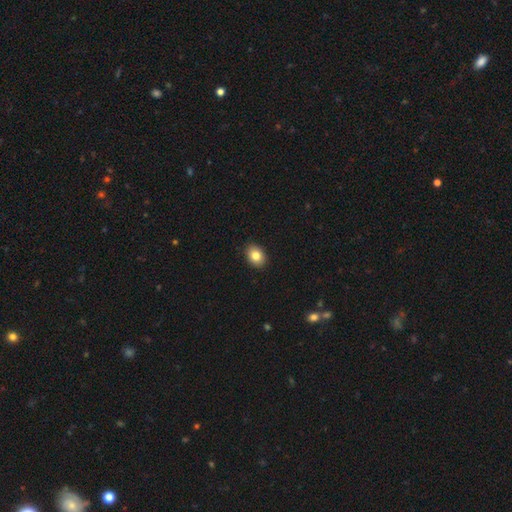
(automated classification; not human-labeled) Smooth or featured: smooth — 84% (star or artifact — 9%)
How rounded: in between — 70% (round — 30%)
Merging: none — 91% (minor disturbance — 7%)